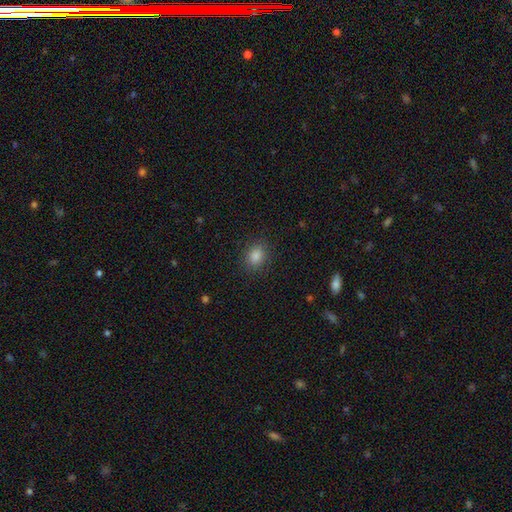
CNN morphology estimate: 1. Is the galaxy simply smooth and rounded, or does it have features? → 83% smooth, 13% star or artifact, 4% featured or disk.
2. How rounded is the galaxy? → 54% in between, 45% round, 1% cigar-shaped.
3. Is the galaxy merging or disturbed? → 87% none, 9% minor disturbance, 3% major disturbance, 1% merger.